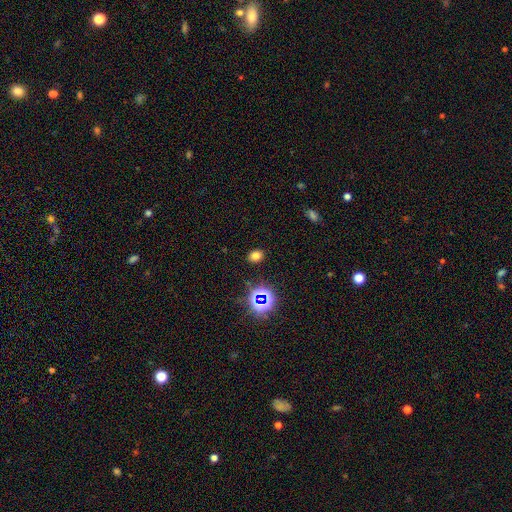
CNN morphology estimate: smooth 71%, star or artifact 22%, featured or disk 7%. Down the decision tree: how rounded — in between (54%); merging — none (88%).